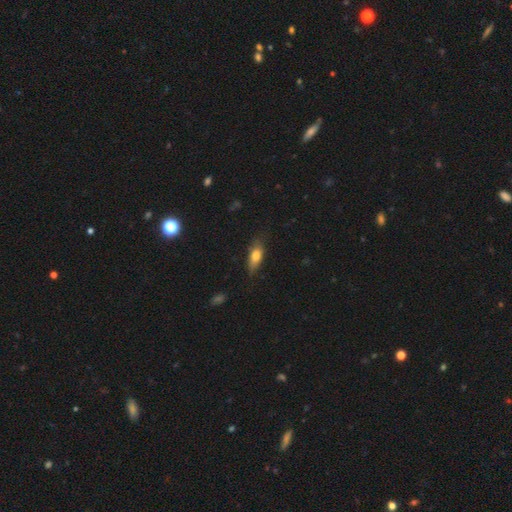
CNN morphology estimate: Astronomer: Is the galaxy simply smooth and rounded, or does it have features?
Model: smooth — 75%.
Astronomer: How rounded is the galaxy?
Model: in between — 71%.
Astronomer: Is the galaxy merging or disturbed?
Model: none — 68%.